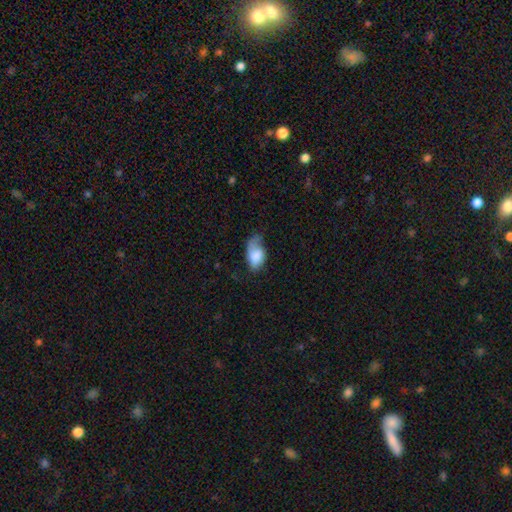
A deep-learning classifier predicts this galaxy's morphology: A smooth galaxy with no disk features (75%) that is in between round and cigar-shaped (92%). Merging: minor disturbance (38%).